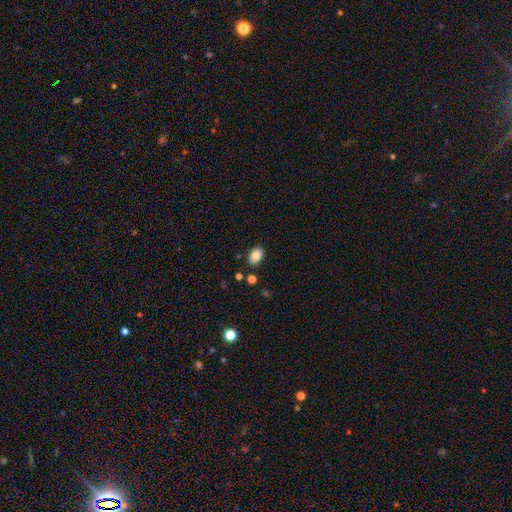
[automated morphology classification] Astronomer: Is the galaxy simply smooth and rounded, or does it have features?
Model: smooth — 85%.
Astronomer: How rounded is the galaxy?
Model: in between — 83%.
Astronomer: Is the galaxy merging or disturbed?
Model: none — 85%.